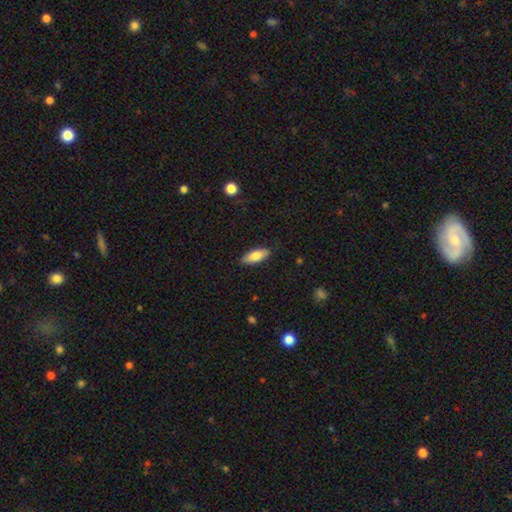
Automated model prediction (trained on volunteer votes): A smooth galaxy with no disk features (80%) that is in between round and cigar-shaped (69%).

Vote fractions:
- Smooth or featured? smooth: 80% / featured or disk: 14% / star or artifact: 6%
- How rounded? in between: 69% / cigar-shaped: 29% / round: 2%
- Merging? none: 87% / minor disturbance: 10% / major disturbance: 2% / merger: 1%